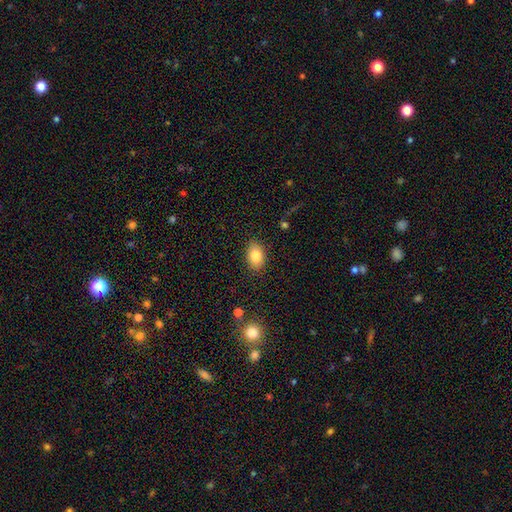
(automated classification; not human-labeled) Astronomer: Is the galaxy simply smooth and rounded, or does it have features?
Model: smooth — 83%.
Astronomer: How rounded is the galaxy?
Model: in between — 86%.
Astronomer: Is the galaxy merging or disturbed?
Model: none — 86%.